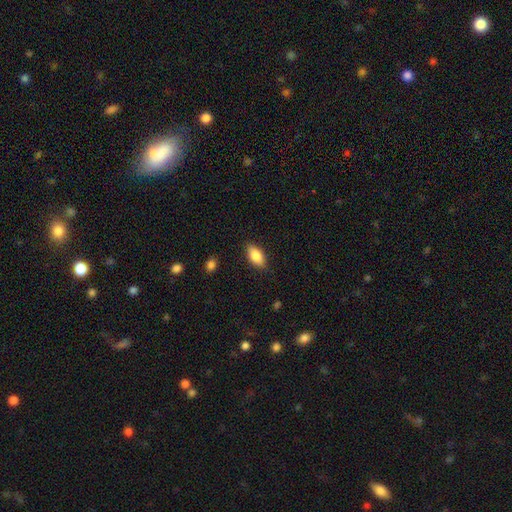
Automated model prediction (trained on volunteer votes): This appears to be a smooth galaxy with no disk features (83%) that is in between round and cigar-shaped (90%). Merging: none (85%).